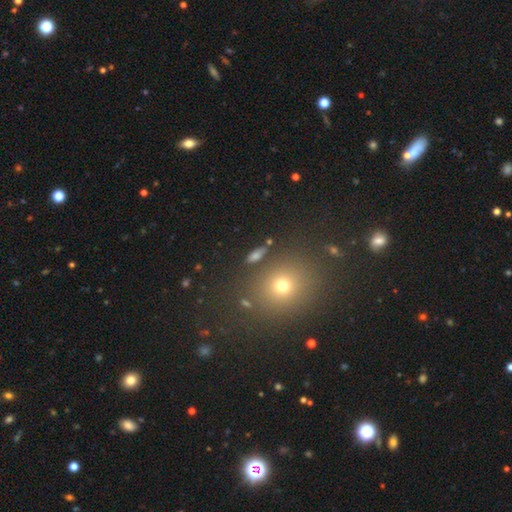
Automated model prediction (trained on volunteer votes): Smooth or featured: smooth — 56% (star or artifact — 30%)
How rounded: in between — 47% (round — 44%)
Merging: none — 83% (minor disturbance — 8%)